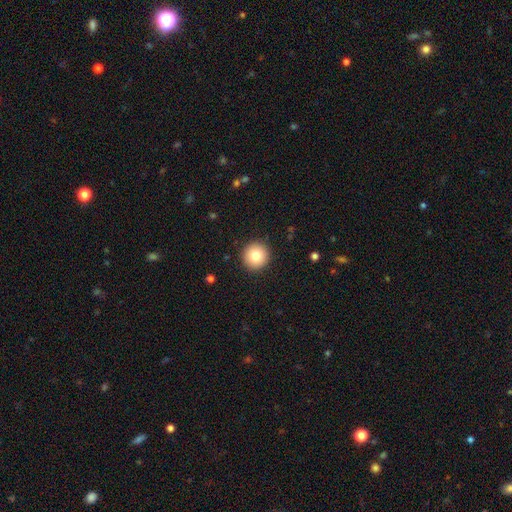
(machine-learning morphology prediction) Q: Smooth or featured?
A: smooth (80%); runner-up: featured or disk (10%)
Q: How rounded?
A: round (96%); runner-up: in between (3%)
Q: Merging?
A: none (92%); runner-up: minor disturbance (5%)